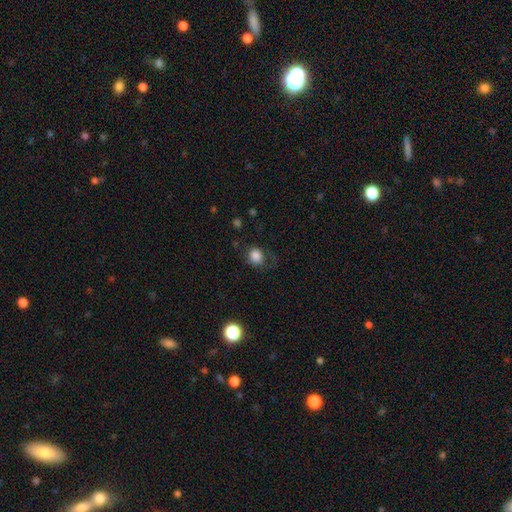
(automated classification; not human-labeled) Overall: smooth (83%). How rounded: round (71%). Merging: none (64%).